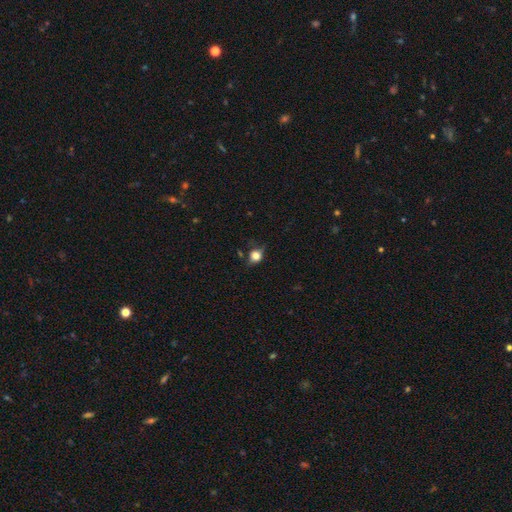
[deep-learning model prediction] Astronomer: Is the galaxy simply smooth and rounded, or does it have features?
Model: smooth — 72%.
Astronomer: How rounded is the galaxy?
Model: round — 60% (runner-up: in between, 38%).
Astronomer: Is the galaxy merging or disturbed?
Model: none — 61%.